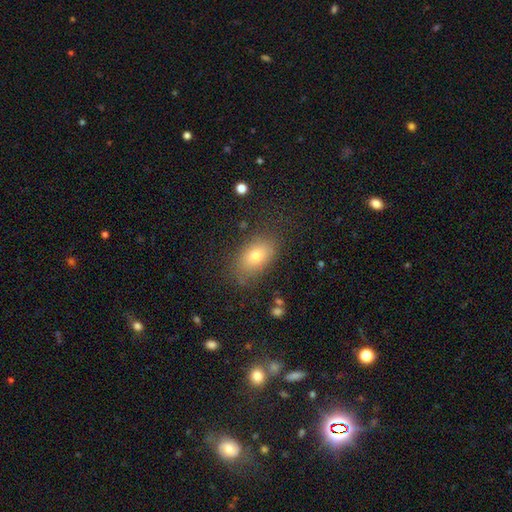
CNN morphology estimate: The model was most divided on "smooth or featured": smooth: 75%, featured or disk: 14%, star or artifact: 10%. More confident: how rounded — in between (86%); merging — none (77%).